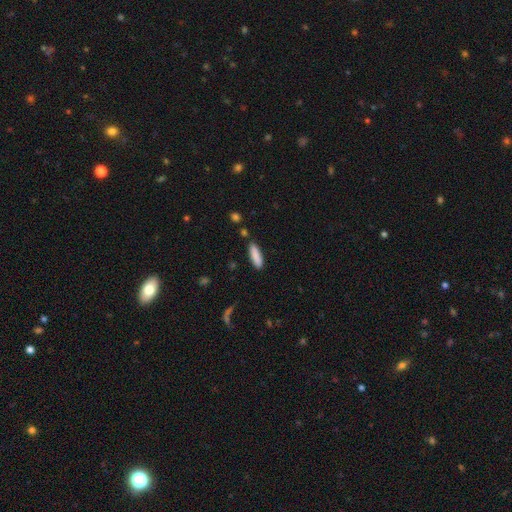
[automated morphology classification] Overall: smooth (87%). How rounded: cigar-shaped (65%; in between 34%). Merging: none (84%).